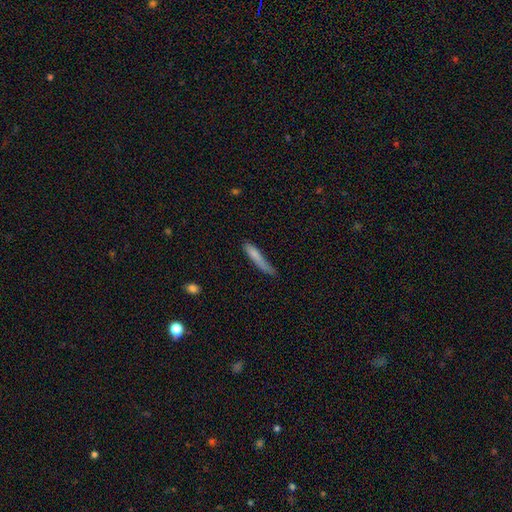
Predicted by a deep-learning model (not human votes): smooth 77%, featured or disk 16%, star or artifact 7%. Down the decision tree: how rounded — cigar-shaped (89%); merging — none (53%).